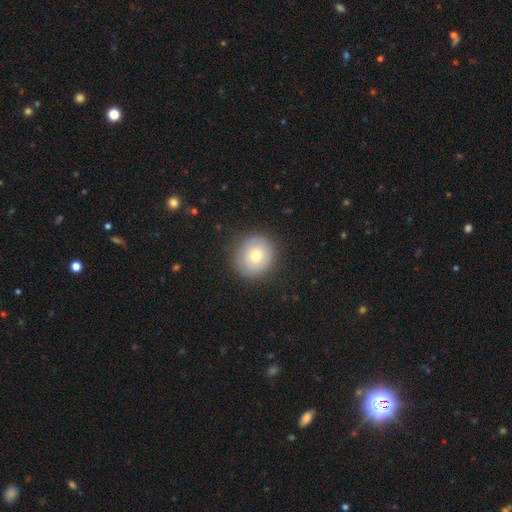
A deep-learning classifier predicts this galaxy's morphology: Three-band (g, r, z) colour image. It shows a smooth galaxy with no disk features (71%) that is round (89%). Merging: none (86%).